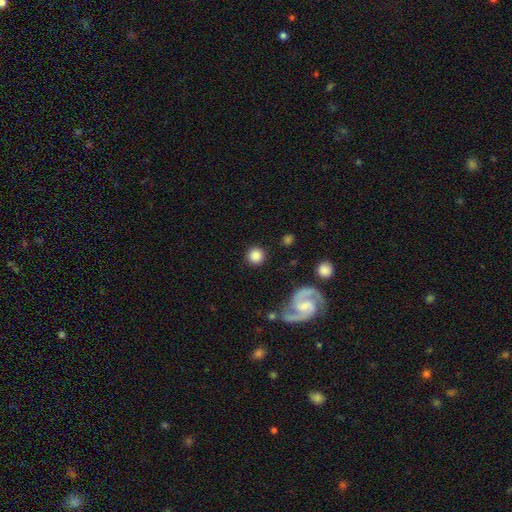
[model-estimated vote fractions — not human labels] This is clearly a smooth galaxy (81%). How rounded: clearly round (93%). Merging: clearly none (87%).